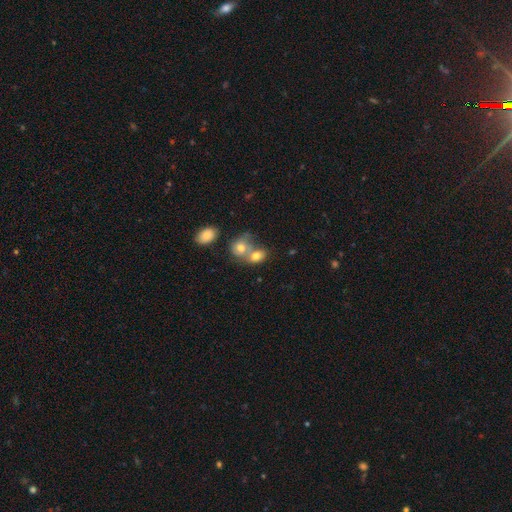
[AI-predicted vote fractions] Smooth or featured? Predicted: smooth (p=0.73). How rounded? Predicted: in between (p=0.53). Merging? Predicted: merger (p=0.64).